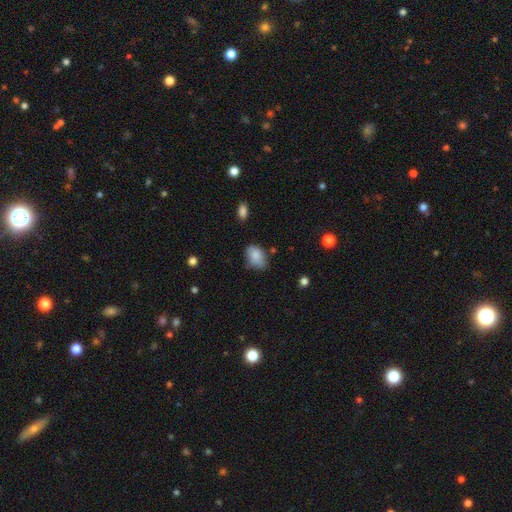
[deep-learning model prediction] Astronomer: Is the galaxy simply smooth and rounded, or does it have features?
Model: smooth — 84%.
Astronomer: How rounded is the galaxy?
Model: in between — 82%.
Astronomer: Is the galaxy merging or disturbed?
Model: none — 59%.